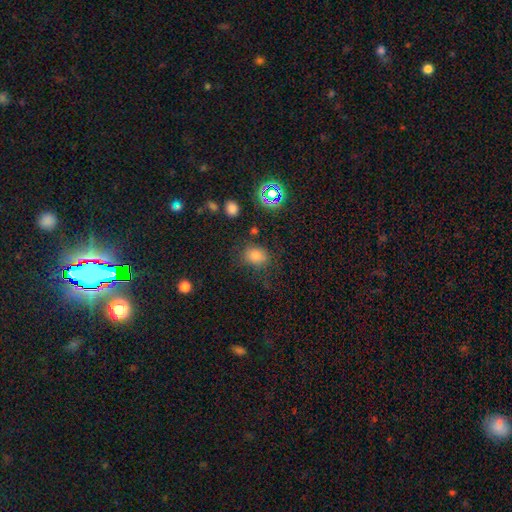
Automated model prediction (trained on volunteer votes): Smooth or featured? Predicted: smooth (p=0.76). How rounded? Predicted: in between (p=0.58). Merging? Predicted: none (p=0.72).